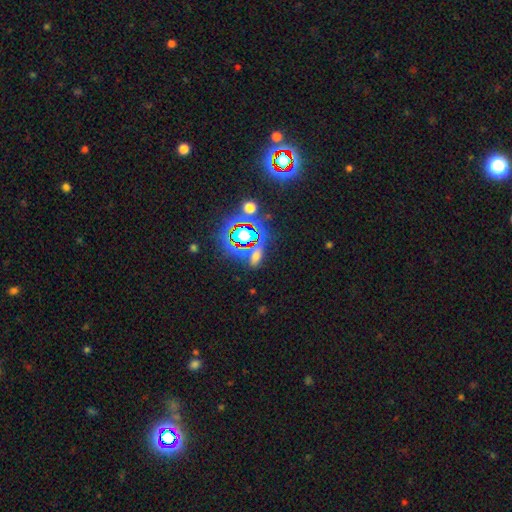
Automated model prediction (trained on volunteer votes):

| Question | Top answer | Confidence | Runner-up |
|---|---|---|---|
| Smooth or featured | star or artifact | 46% | smooth (40%) |